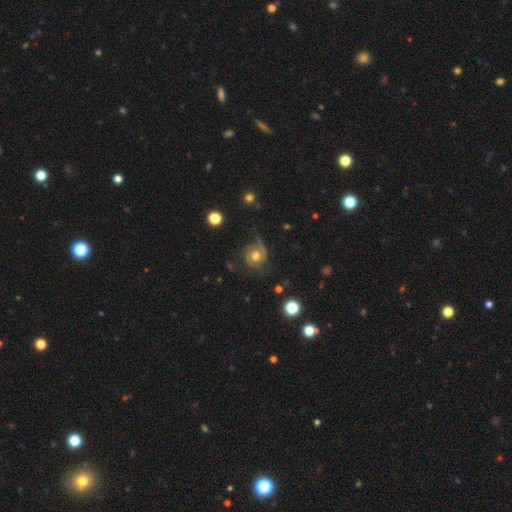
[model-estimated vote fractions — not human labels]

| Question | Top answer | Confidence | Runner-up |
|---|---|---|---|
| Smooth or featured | featured or disk | 51% | smooth (39%) |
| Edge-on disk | no | 97% | yes (3%) |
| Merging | none | 50% | major disturbance (24%) |